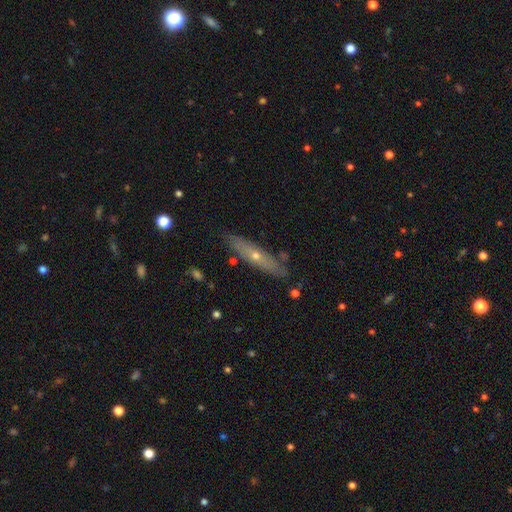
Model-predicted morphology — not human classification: smooth-or-featured: featured or disk: 55% | smooth: 38% | star or artifact: 7%
  disk-edge-on: yes: 68% | no: 32%
  merging: none: 82% | minor disturbance: 13% | major disturbance: 2% | merger: 2%